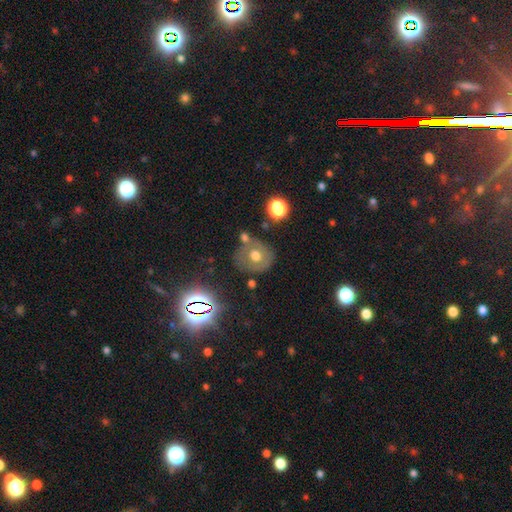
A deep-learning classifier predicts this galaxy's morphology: Overall: smooth (48%; featured or disk 38%). Merging: none (61%).